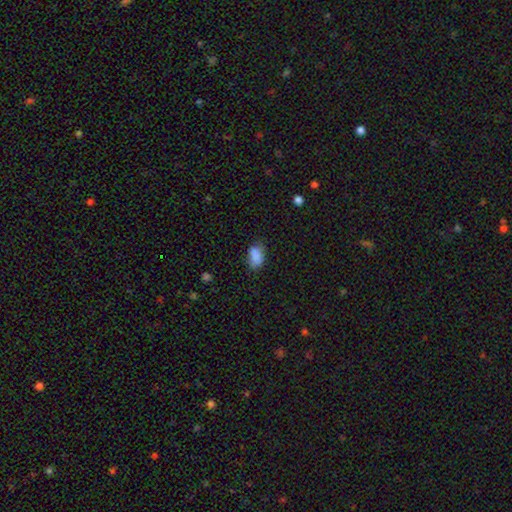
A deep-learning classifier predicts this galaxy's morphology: A smooth galaxy with no disk features (86%) that is in between round and cigar-shaped (90%). Merging: none (68%).